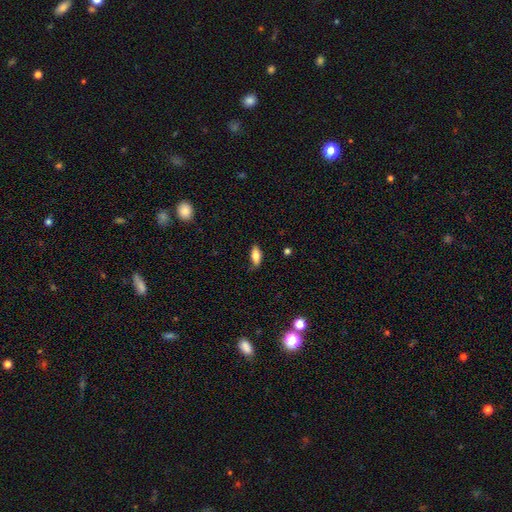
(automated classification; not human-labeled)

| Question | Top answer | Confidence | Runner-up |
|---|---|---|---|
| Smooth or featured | smooth | 82% | featured or disk (11%) |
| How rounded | in between | 83% | cigar-shaped (15%) |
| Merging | none | 75% | minor disturbance (20%) |